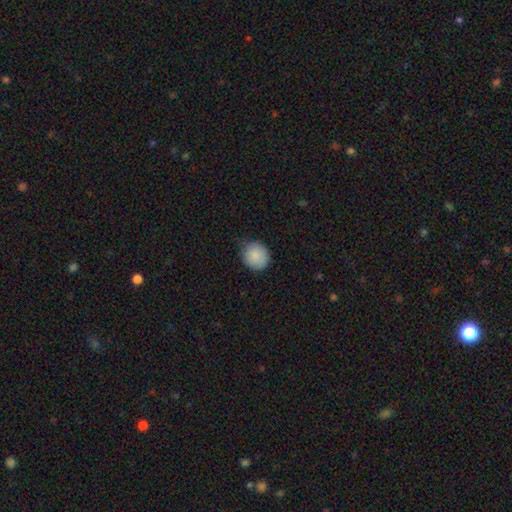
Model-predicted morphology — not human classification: Smooth or featured: smooth — 88% (star or artifact — 7%)
How rounded: round — 82% (in between — 17%)
Merging: none — 69% (minor disturbance — 26%)